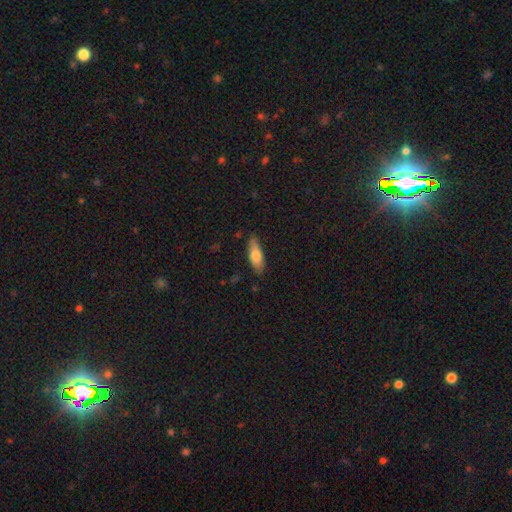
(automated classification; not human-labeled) Smooth or featured? smooth (72%)
How rounded? in between (59%)
Merging? none (82%)